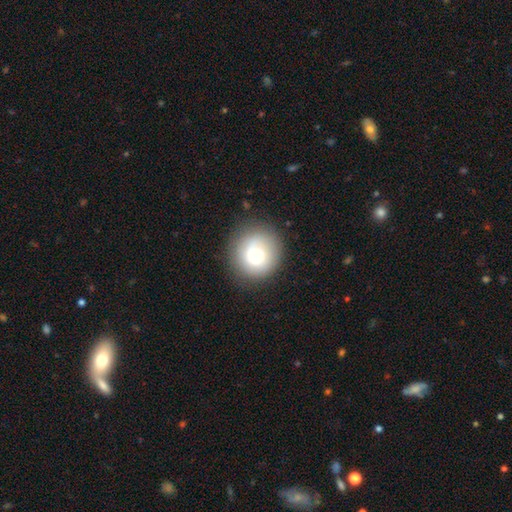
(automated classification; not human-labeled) smooth_or_featured: smooth (p=0.64) [alt: featured or disk p=0.27]
how_rounded: round (p=0.91) [alt: in between p=0.08]
merging: none (p=0.82) [alt: minor disturbance p=0.12]